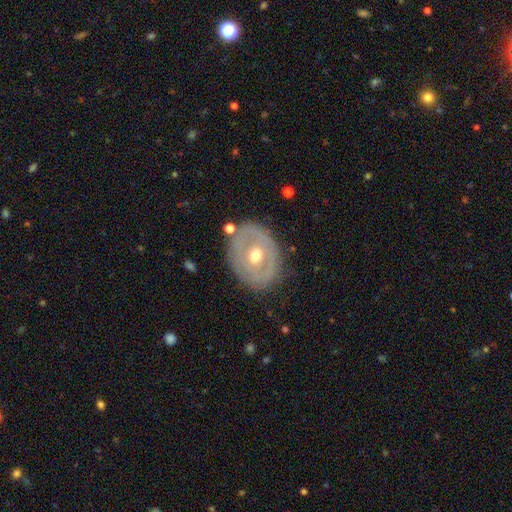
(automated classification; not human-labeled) Overall: featured or disk (69%). Edge-on disk: no (94%). Bar: no (66%). Spiral arms: no (66%; yes 34%). Bulge size: moderate (70%). Merging: none (76%).